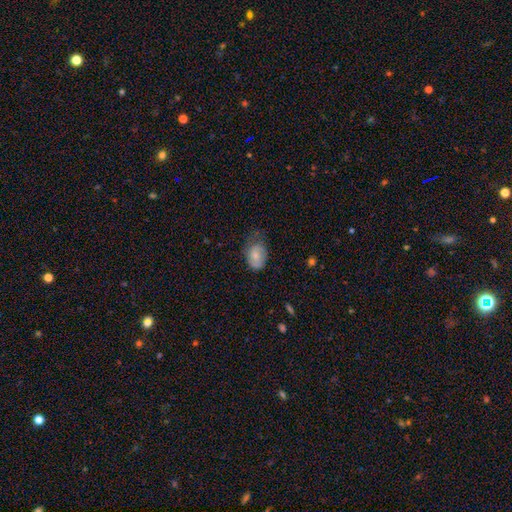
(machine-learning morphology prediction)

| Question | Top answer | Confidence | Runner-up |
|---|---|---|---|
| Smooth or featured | smooth | 69% | featured or disk (24%) |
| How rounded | in between | 79% | round (20%) |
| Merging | none | 42% | minor disturbance (37%) |